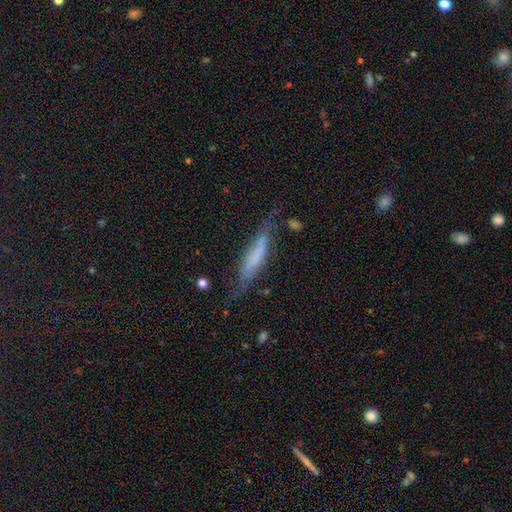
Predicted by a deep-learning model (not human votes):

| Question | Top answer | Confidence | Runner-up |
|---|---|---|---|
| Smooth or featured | featured or disk | 50% | smooth (40%) |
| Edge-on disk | yes | 77% | no (23%) |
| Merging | none | 59% | minor disturbance (27%) |